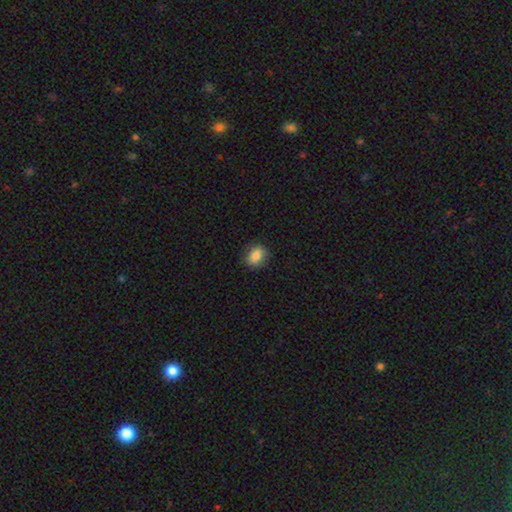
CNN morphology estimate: Smooth or featured? Predicted: smooth (p=0.85). How rounded? Predicted: in between (p=0.60). Merging? Predicted: none (p=0.85).